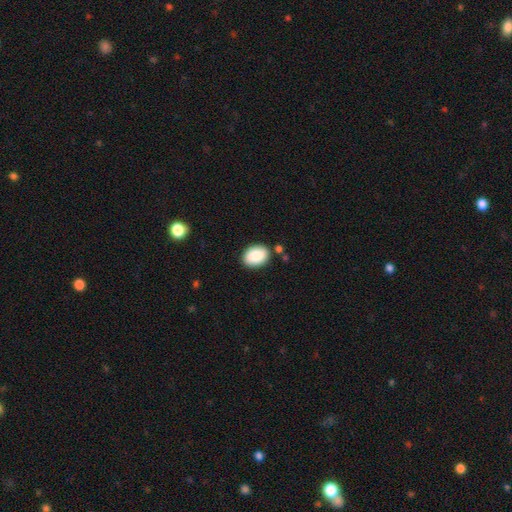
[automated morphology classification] Overall: smooth (88%). How rounded: in between (75%). Merging: none (84%).